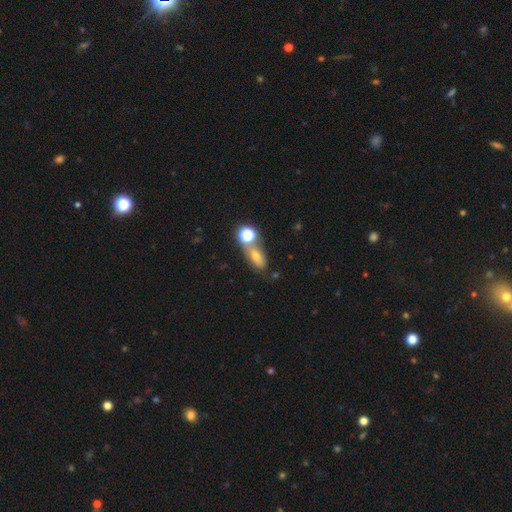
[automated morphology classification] Smooth or featured? smooth (63%)
How rounded? in between (68%)
Merging? none (53%)